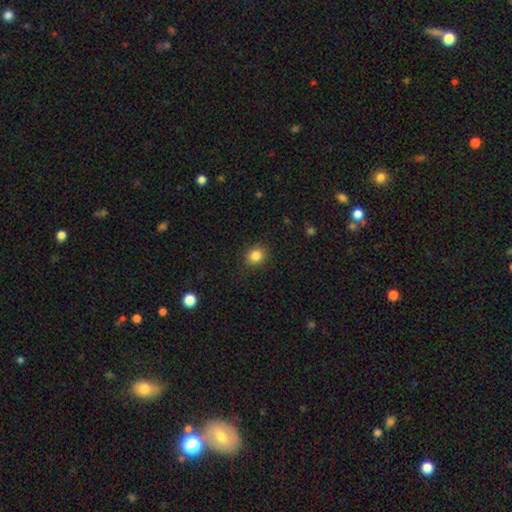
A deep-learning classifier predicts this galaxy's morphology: smooth-or-featured: smooth: 84% | star or artifact: 10% | featured or disk: 5%
  how-rounded: round: 74% | in between: 25% | cigar-shaped: 1%
  merging: none: 86% | minor disturbance: 10% | major disturbance: 3% | merger: 1%